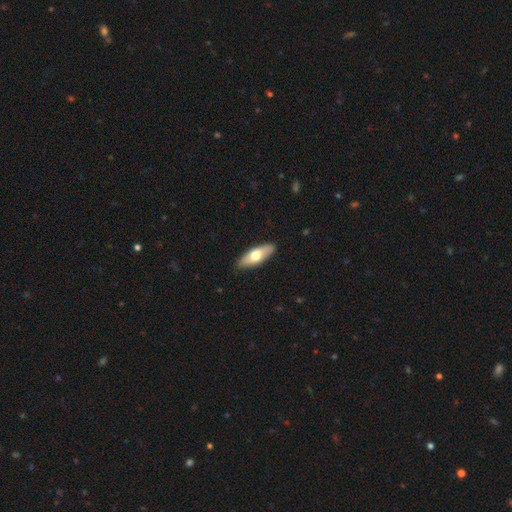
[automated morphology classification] Smooth or featured?
  - smooth: 61% *
  - featured or disk: 34%
  - star or artifact: 5%
How rounded?
  - in between: 69% *
  - cigar-shaped: 29%
  - round: 2%
Merging?
  - none: 88% *
  - minor disturbance: 9%
  - major disturbance: 2%
  - merger: 1%